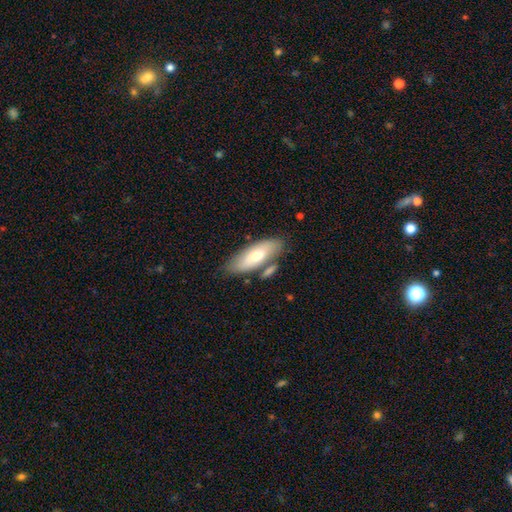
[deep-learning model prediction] This is likely a smooth galaxy (67%). How rounded: likely in between (72%). Merging: likely none (65%).